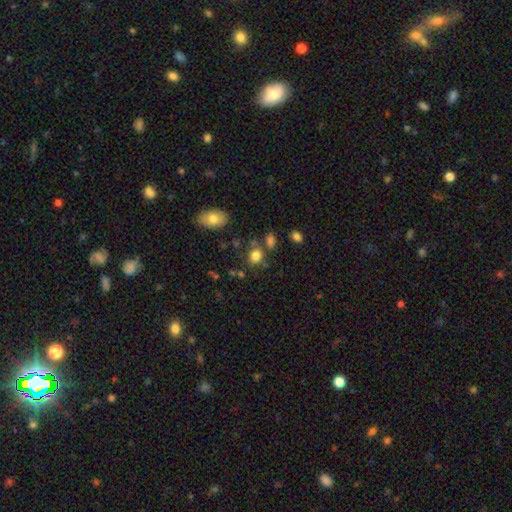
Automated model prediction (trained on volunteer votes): smooth_or_featured: smooth (p=0.81) [alt: star or artifact p=0.11]
how_rounded: round (p=0.58) [alt: in between p=0.40]
merging: none (p=0.67) [alt: minor disturbance p=0.14]